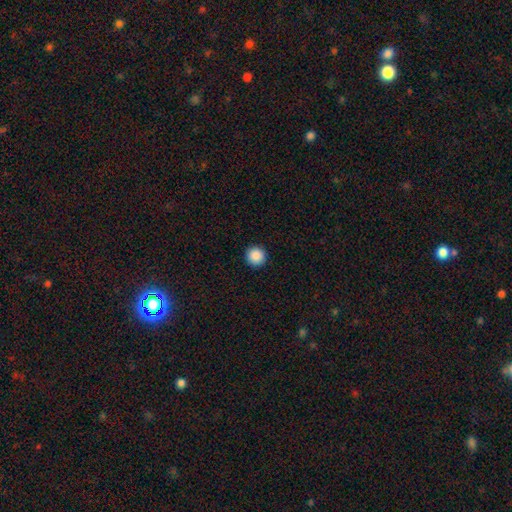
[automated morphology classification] A smooth galaxy with no disk features (88%) that is round (96%). Merging: none (93%).